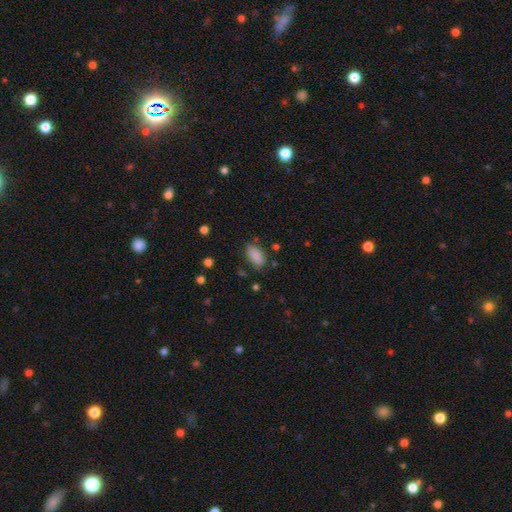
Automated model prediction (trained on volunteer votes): Smooth or featured? smooth (87%)
How rounded? in between (91%)
Merging? none (78%)